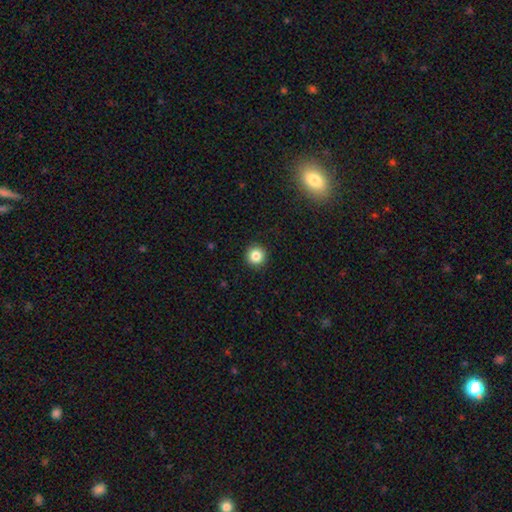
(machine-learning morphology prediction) Overall: smooth (84%). How rounded: round (95%). Merging: none (93%).